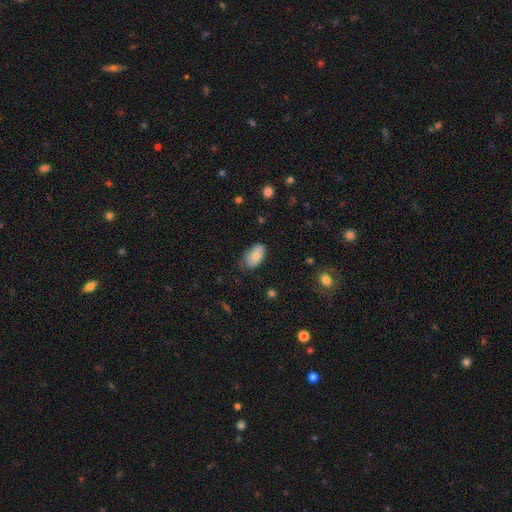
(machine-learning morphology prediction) The model was most divided on "merging": none: 71%, minor disturbance: 24%, major disturbance: 4%, merger: 1%. More confident: how rounded — in between (93%); smooth or featured — smooth (73%).